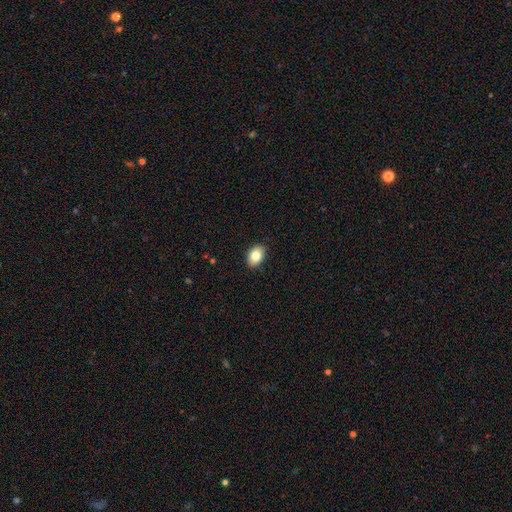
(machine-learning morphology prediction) Q: Smooth or featured?
A: smooth (83%); runner-up: featured or disk (9%)
Q: How rounded?
A: in between (82%); runner-up: round (17%)
Q: Merging?
A: none (90%); runner-up: minor disturbance (8%)